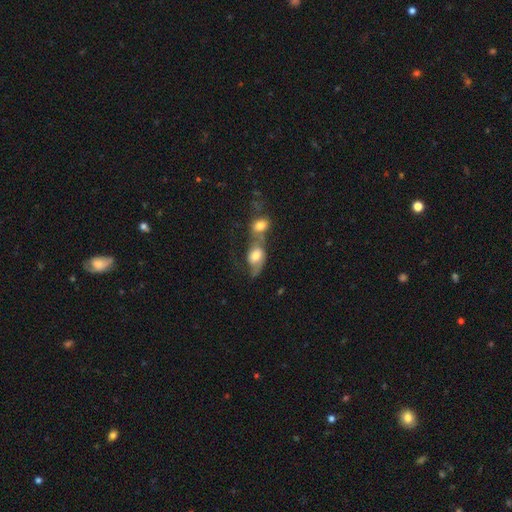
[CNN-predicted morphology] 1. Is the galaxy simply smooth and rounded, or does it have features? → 59% smooth, 32% featured or disk, 8% star or artifact.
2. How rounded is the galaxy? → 78% in between, 20% round, 3% cigar-shaped.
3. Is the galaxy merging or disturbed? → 66% merger, 15% none, 10% major disturbance, 9% minor disturbance.